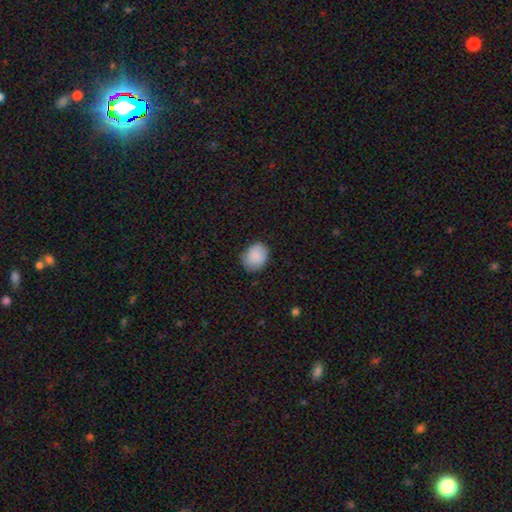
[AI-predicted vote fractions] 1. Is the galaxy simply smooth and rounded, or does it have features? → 87% smooth, 7% star or artifact, 6% featured or disk.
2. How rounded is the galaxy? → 53% round, 46% in between, 1% cigar-shaped.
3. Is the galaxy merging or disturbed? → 76% none, 19% minor disturbance, 4% major disturbance, 1% merger.